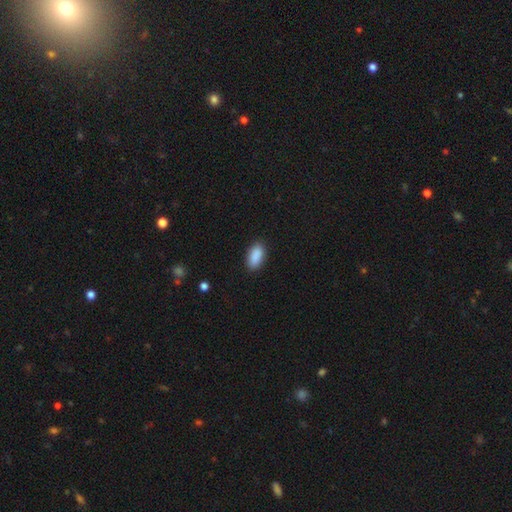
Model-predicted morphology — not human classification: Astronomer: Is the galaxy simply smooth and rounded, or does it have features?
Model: smooth — 90%.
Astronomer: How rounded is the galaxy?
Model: in between — 91%.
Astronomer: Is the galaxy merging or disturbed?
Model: none — 87%.